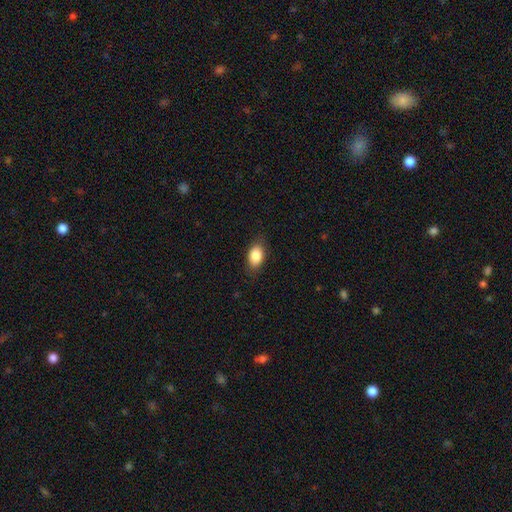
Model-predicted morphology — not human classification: The model was most divided on "merging": none: 82%, minor disturbance: 13%, major disturbance: 3%, merger: 1%. More confident: how rounded — in between (87%); smooth or featured — smooth (87%).